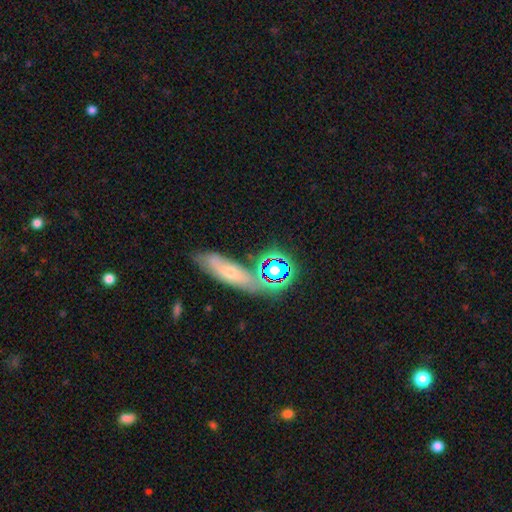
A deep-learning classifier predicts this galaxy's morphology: This is marginally a star or artifact rather than a galaxy (36%).